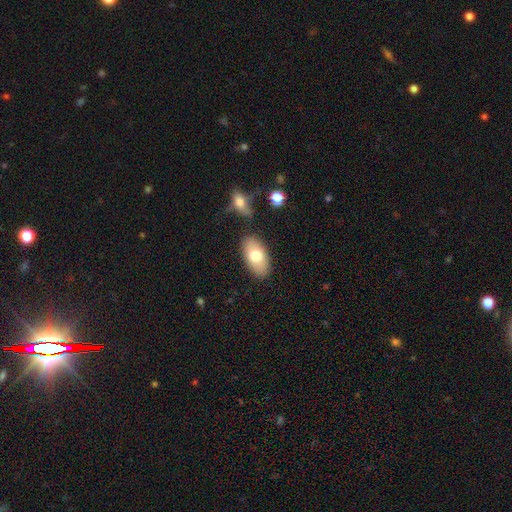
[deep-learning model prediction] Overall: smooth (73%). How rounded: in between (93%). Merging: none (81%).